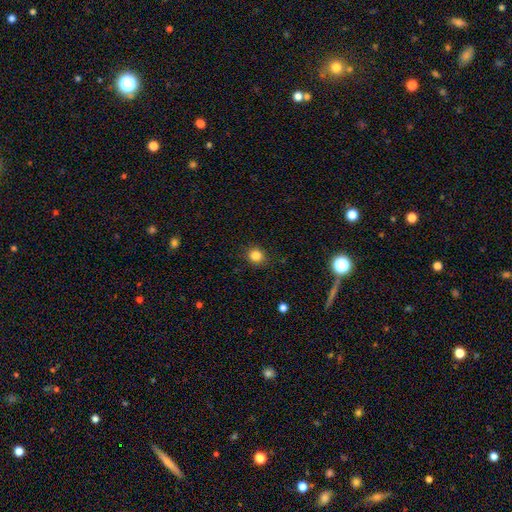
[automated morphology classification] This is clearly a smooth galaxy (84%). How rounded: clearly round (86%). Merging: clearly none (88%).